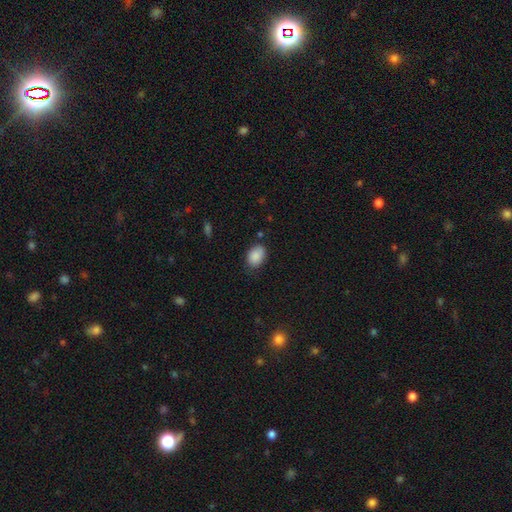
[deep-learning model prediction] The model was most divided on "merging": none: 73%, minor disturbance: 21%, major disturbance: 4%, merger: 2%. More confident: smooth or featured — smooth (88%); how rounded — in between (82%).